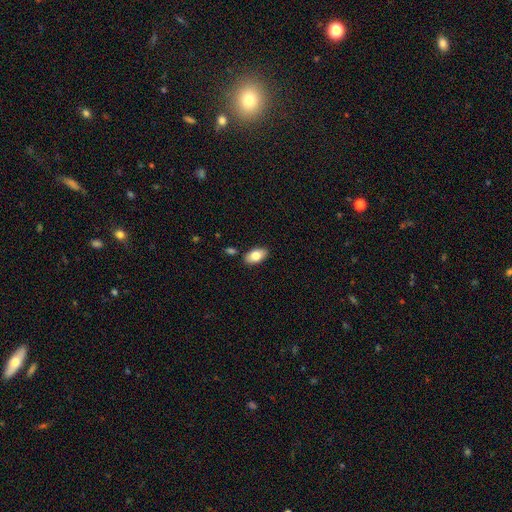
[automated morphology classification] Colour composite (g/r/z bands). It shows a smooth galaxy with no disk features (80%) that is in between round and cigar-shaped (93%). Merging: none (85%).